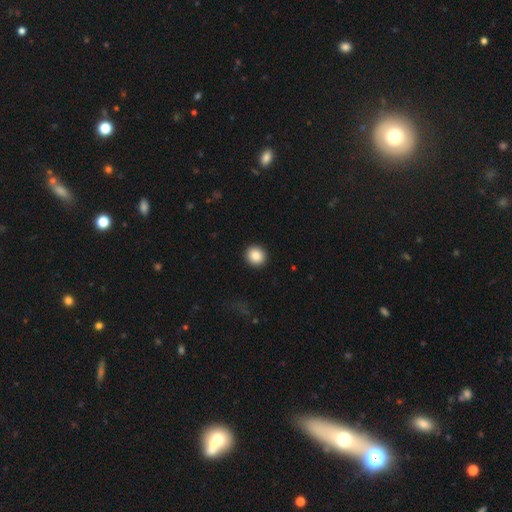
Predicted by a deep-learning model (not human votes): Smooth or featured? Predicted: smooth (p=0.87). How rounded? Predicted: round (p=0.90). Merging? Predicted: none (p=0.92).